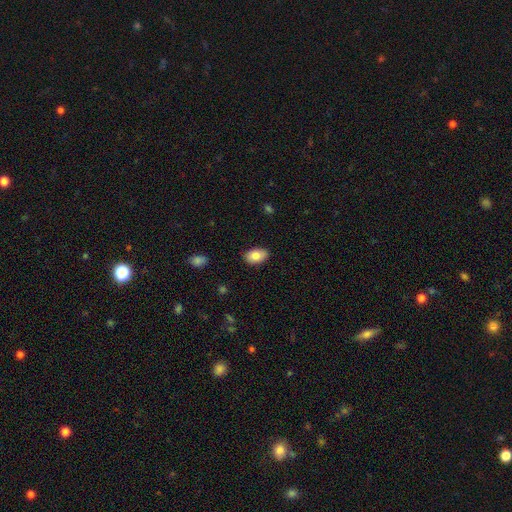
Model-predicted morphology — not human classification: Smooth or featured?
  - smooth: 82% *
  - featured or disk: 11%
  - star or artifact: 7%
How rounded?
  - in between: 91% *
  - round: 8%
  - cigar-shaped: 1%
Merging?
  - none: 86% *
  - minor disturbance: 11%
  - major disturbance: 2%
  - merger: 1%